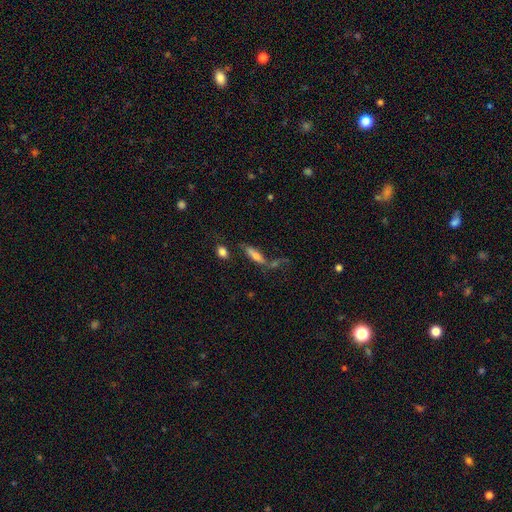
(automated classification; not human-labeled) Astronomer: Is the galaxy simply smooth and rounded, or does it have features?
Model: smooth — 54% (runner-up: featured or disk, 32%).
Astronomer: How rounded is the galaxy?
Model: cigar-shaped — 65%.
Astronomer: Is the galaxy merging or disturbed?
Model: none — 44% (runner-up: merger, 22%).